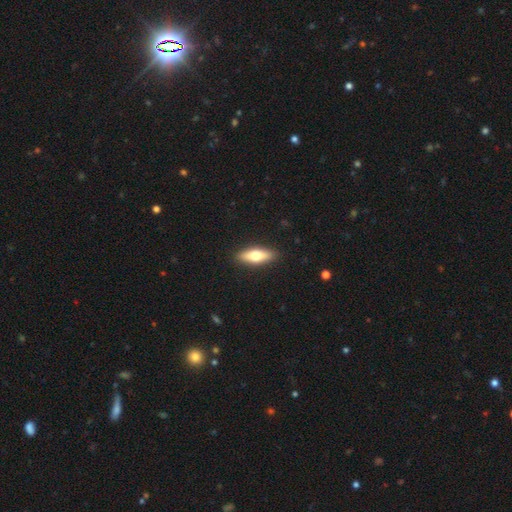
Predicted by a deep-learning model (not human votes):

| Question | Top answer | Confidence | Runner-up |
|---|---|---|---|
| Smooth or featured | smooth | 62% | featured or disk (32%) |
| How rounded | in between | 56% | cigar-shaped (41%) |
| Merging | none | 90% | minor disturbance (7%) |